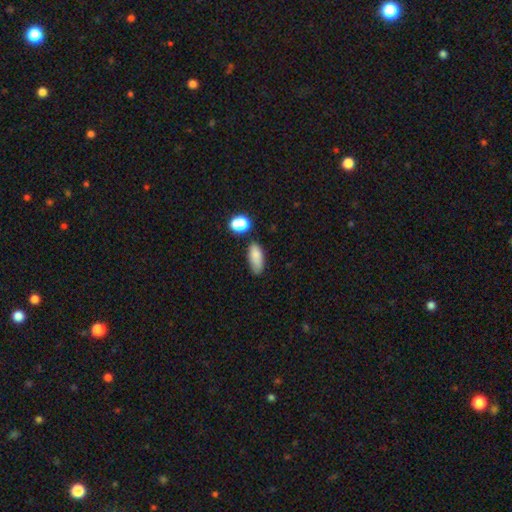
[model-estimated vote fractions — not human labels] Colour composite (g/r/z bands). It shows a smooth galaxy with no disk features (81%) that is in between round and cigar-shaped (79%). Merging: none (61%).